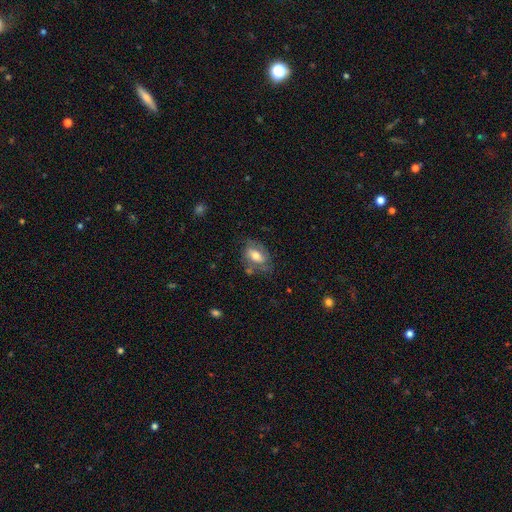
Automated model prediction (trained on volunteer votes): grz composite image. It shows a smooth galaxy with no disk features (56%) that is in between round and cigar-shaped (84%). Merging: none (60%).